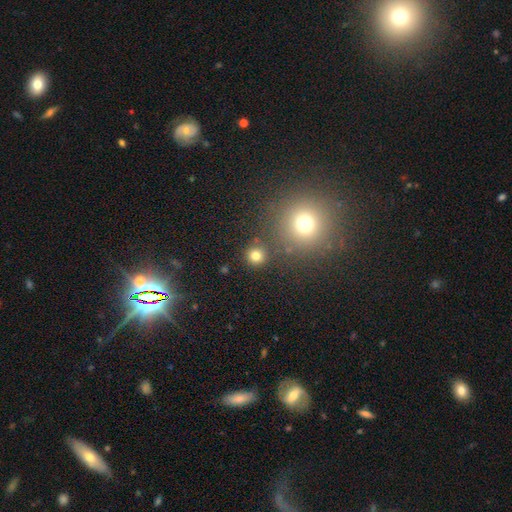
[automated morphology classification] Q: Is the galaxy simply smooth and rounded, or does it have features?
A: smooth — 77%.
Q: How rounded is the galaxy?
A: round — 93%.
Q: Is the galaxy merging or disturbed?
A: none — 84%.